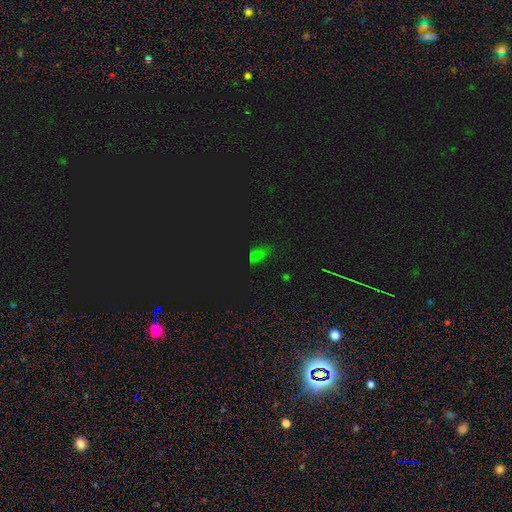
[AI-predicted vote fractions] smooth_or_featured: smooth (p=0.47) [alt: star or artifact p=0.45]
merging: none (p=0.55) [alt: minor disturbance p=0.27]